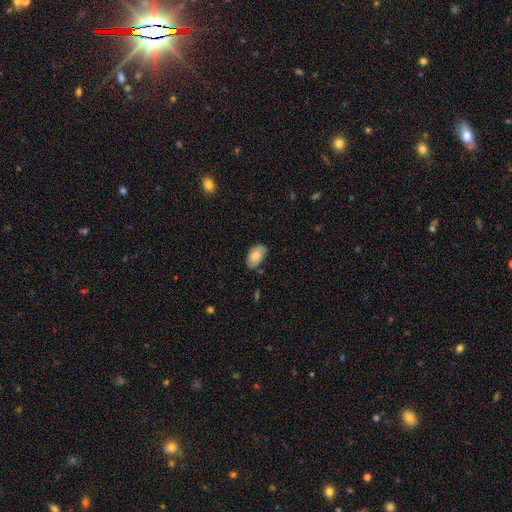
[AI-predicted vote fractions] Overall: smooth (75%). How rounded: in between (92%). Merging: none (71%).